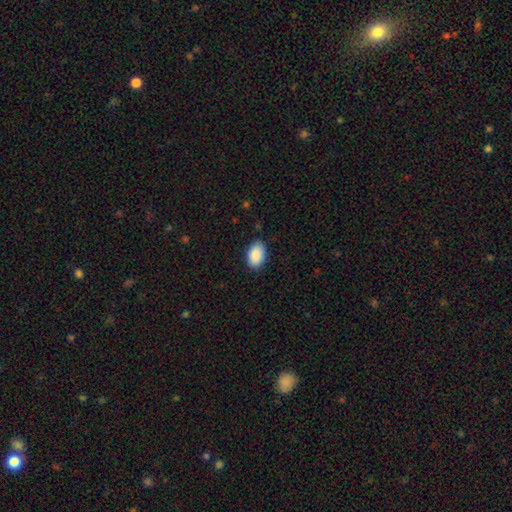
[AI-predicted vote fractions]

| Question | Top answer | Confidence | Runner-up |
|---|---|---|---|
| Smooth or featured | smooth | 91% | star or artifact (6%) |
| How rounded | in between | 92% | round (7%) |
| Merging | none | 86% | minor disturbance (11%) |